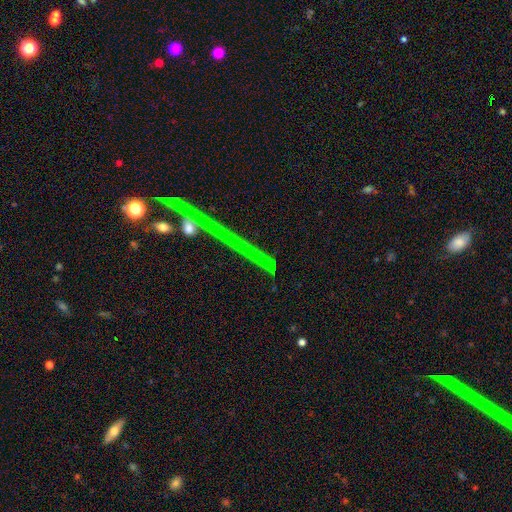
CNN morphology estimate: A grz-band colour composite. It shows a star or artifact, not a galaxy (61%).